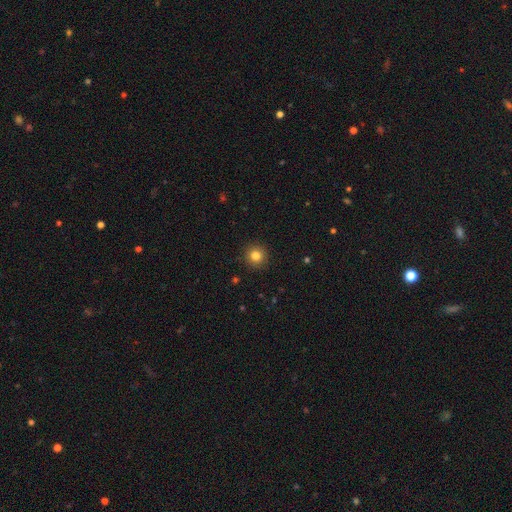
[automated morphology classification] smooth 82%, star or artifact 12%, featured or disk 6%. Down the decision tree: how rounded — round (94%); merging — none (92%).